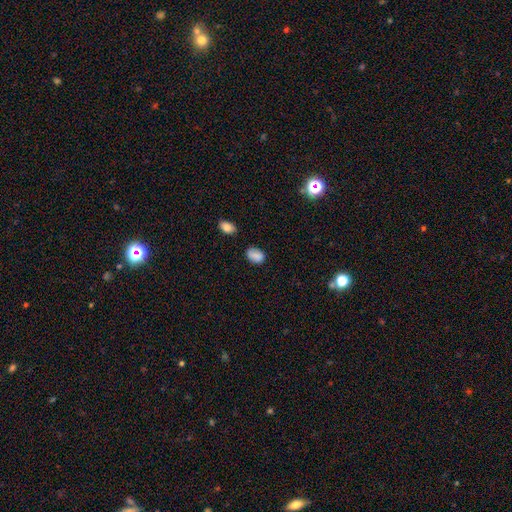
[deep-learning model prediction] A smooth galaxy with no disk features (84%) that is in between round and cigar-shaped (80%). Merging: none (67%).